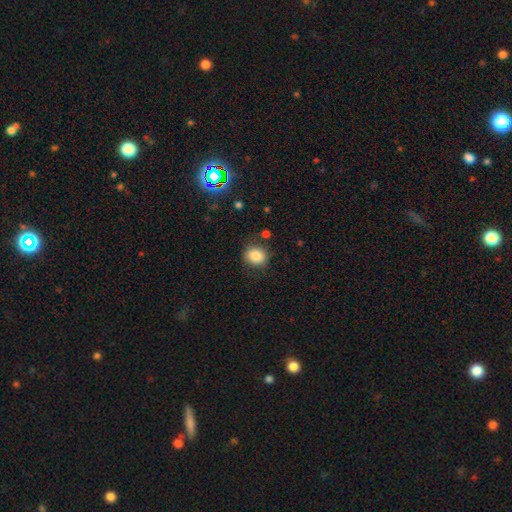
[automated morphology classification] A smooth galaxy with no disk features (84%) that is round (73%).

Vote fractions:
- Smooth or featured? smooth: 84% / star or artifact: 10% / featured or disk: 7%
- How rounded? round: 73% / in between: 26% / cigar-shaped: 1%
- Merging? none: 82% / minor disturbance: 12% / major disturbance: 4% / merger: 3%